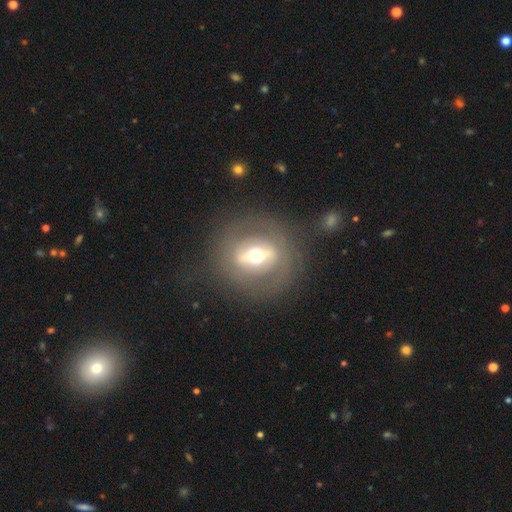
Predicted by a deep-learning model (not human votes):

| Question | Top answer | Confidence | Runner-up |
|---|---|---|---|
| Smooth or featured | featured or disk | 55% | smooth (35%) |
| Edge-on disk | no | 86% | yes (14%) |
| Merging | none | 80% | minor disturbance (10%) |